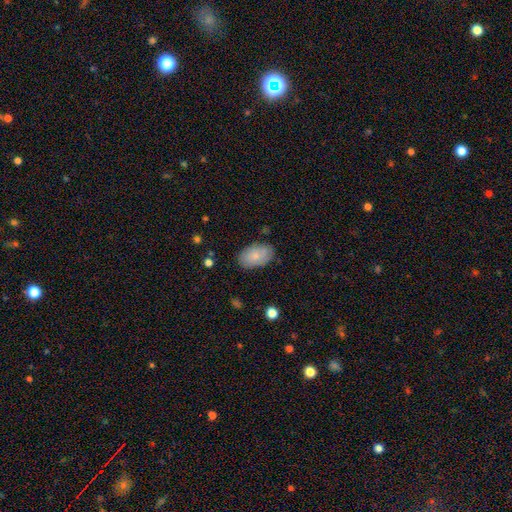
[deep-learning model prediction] A smooth galaxy with no disk features (76%) that is in between round and cigar-shaped (92%). Merging: none (83%).